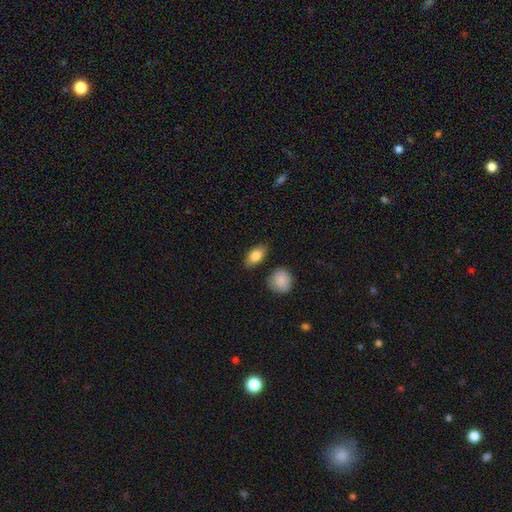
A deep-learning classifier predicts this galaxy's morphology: This appears to be a smooth galaxy with no disk features (81%) that is in between round and cigar-shaped (85%). Merging: none (83%).